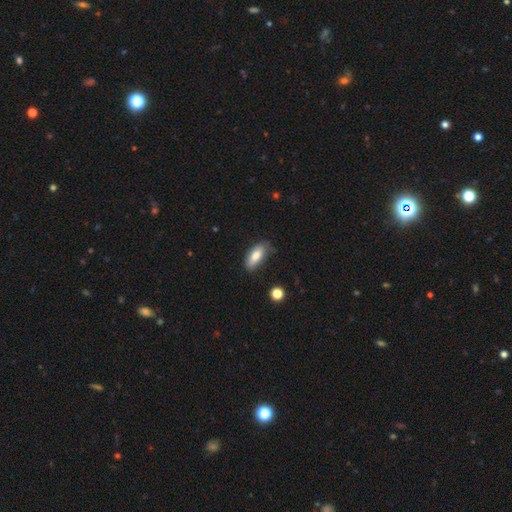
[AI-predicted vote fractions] Smooth or featured?
  - smooth: 79% *
  - featured or disk: 14%
  - star or artifact: 7%
How rounded?
  - in between: 81% *
  - cigar-shaped: 17%
  - round: 3%
Merging?
  - none: 62% *
  - minor disturbance: 29%
  - major disturbance: 7%
  - merger: 2%